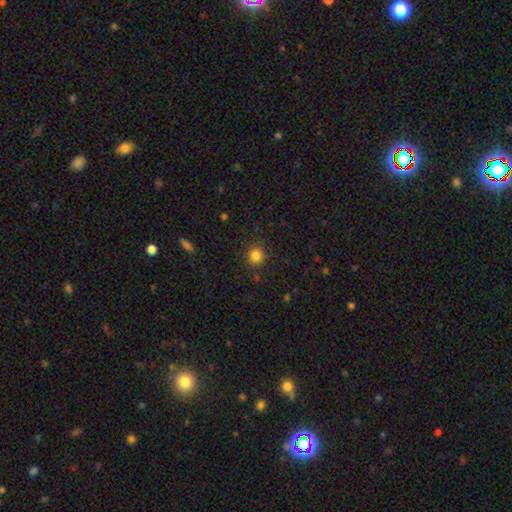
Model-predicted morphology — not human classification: Smooth or featured: smooth — 83% (star or artifact — 13%)
How rounded: round — 91% (in between — 8%)
Merging: none — 89% (minor disturbance — 7%)